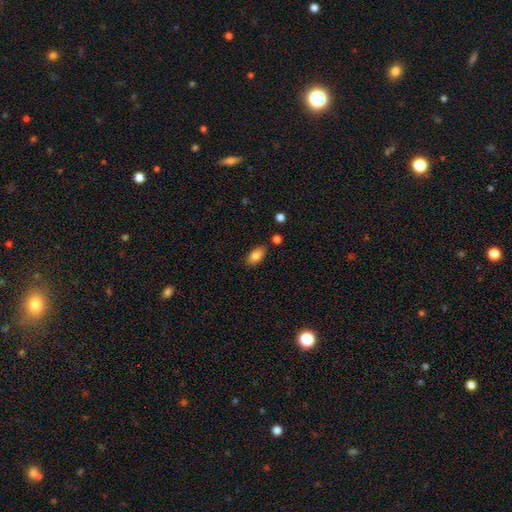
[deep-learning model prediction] smooth-or-featured: smooth: 82% | featured or disk: 10% | star or artifact: 8%
  how-rounded: in between: 90% | cigar-shaped: 5% | round: 5%
  merging: none: 81% | minor disturbance: 12% | merger: 4% | major disturbance: 3%